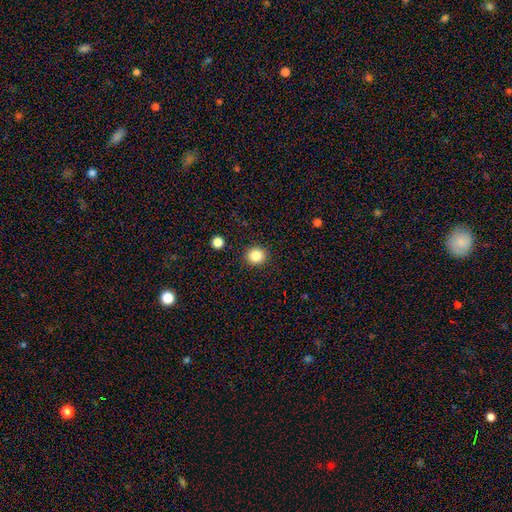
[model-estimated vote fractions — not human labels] Morphology: type=smooth (85%); roundness=round (88%); merging=none (91%).